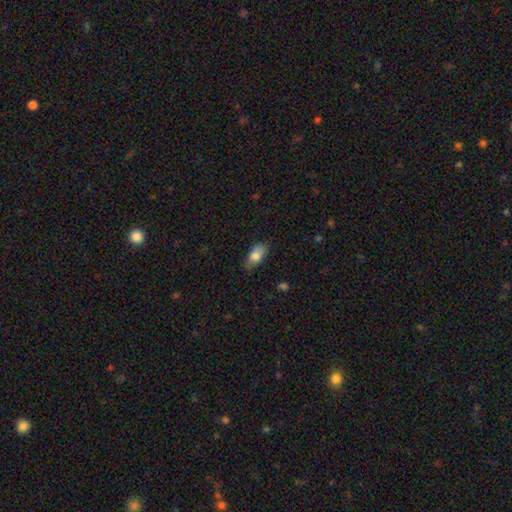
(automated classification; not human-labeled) smooth 79%, featured or disk 14%, star or artifact 7%. Down the decision tree: how rounded — in between (87%); merging — none (74%).